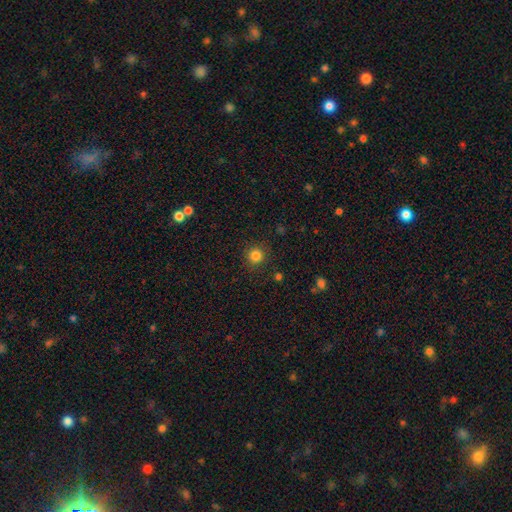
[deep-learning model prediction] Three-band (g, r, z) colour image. It shows a smooth galaxy with no disk features (83%) that is round (94%). Merging: none (90%).